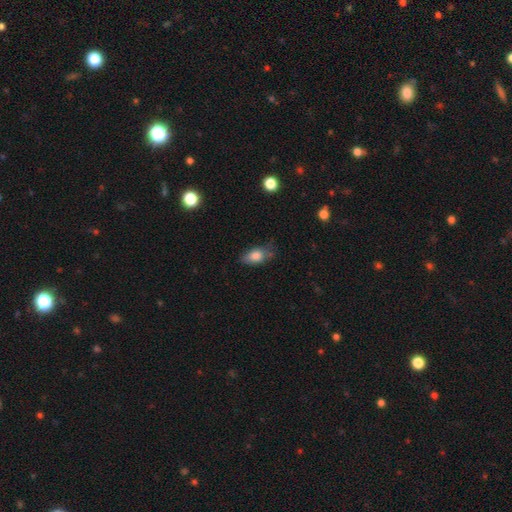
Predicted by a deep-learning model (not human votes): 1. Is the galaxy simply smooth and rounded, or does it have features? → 79% smooth, 13% featured or disk, 8% star or artifact.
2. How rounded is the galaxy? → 85% in between, 9% round, 6% cigar-shaped.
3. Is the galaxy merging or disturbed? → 56% none, 31% minor disturbance, 10% major disturbance, 3% merger.